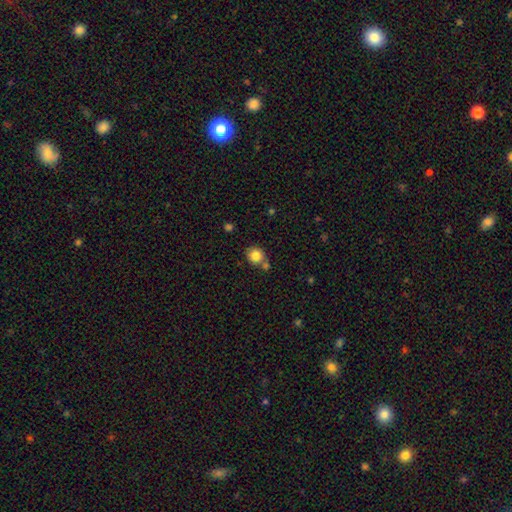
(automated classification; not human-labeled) This appears to be a smooth galaxy with no disk features (82%) that is round (82%). Merging: none (62%).